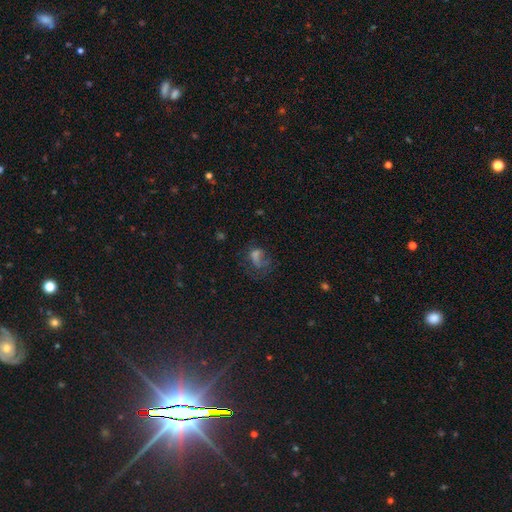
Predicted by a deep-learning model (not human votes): Smooth or featured? smooth (39%)
Merging? major disturbance (40%)